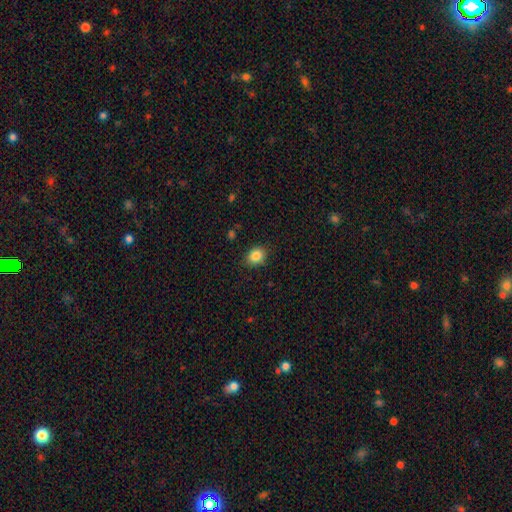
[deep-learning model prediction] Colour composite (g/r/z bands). It shows a smooth galaxy with no disk features (85%) that is round (55%). Merging: none (87%).